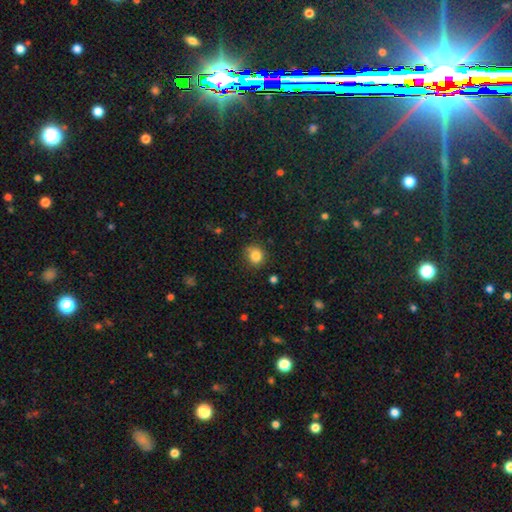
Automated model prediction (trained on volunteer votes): Overall: smooth (84%). How rounded: round (80%). Merging: none (75%).